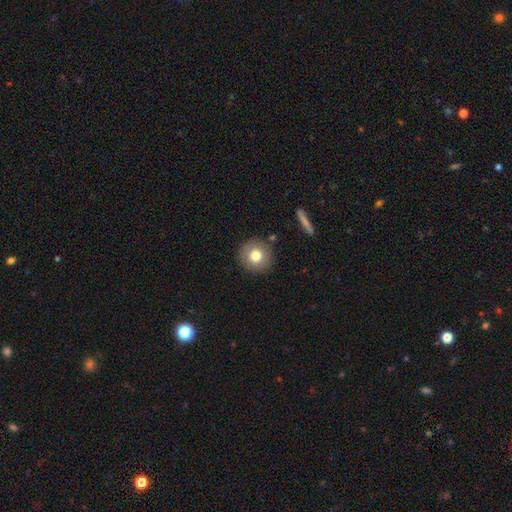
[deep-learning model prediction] smooth-or-featured: smooth: 76% | featured or disk: 14% | star or artifact: 10%
  how-rounded: round: 93% | in between: 6% | cigar-shaped: 1%
  merging: none: 88% | minor disturbance: 8% | merger: 3% | major disturbance: 2%